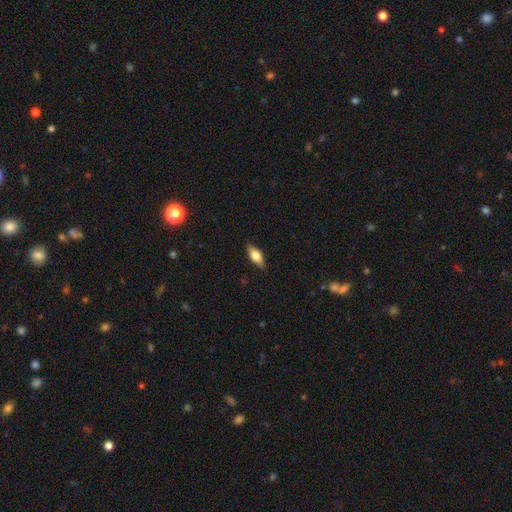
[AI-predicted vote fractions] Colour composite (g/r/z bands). It shows a smooth galaxy with no disk features (58%) that is in between round and cigar-shaped (74%). Merging: none (86%).